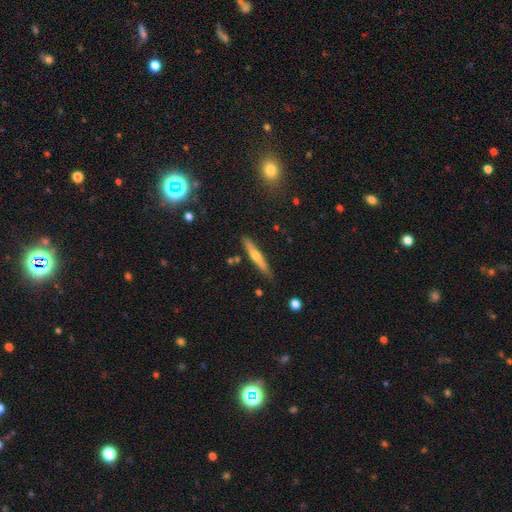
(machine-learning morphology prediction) featured or disk 51%, smooth 42%, star or artifact 7%. Down the decision tree: edge-on disk — yes (94%); merging — none (84%).